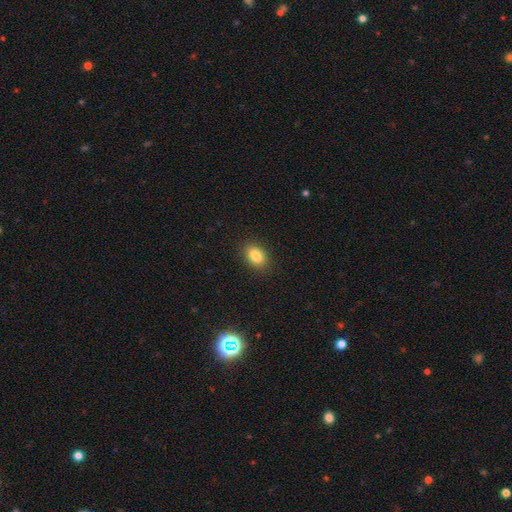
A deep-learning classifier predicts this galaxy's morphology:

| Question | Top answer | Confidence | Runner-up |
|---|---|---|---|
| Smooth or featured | smooth | 85% | star or artifact (9%) |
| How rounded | in between | 77% | round (22%) |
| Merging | none | 89% | minor disturbance (8%) |